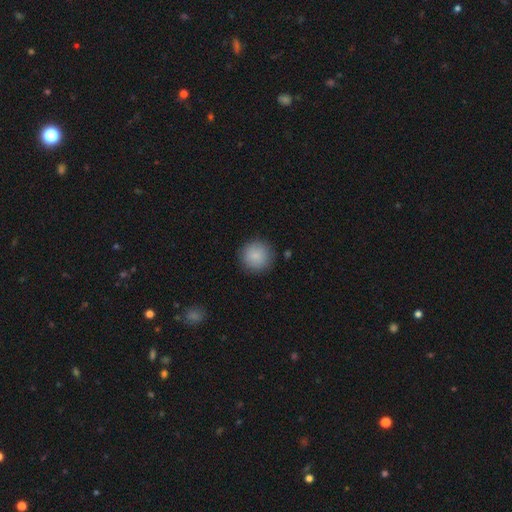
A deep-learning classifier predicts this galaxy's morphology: Smooth or featured? smooth (87%)
How rounded? round (94%)
Merging? none (89%)